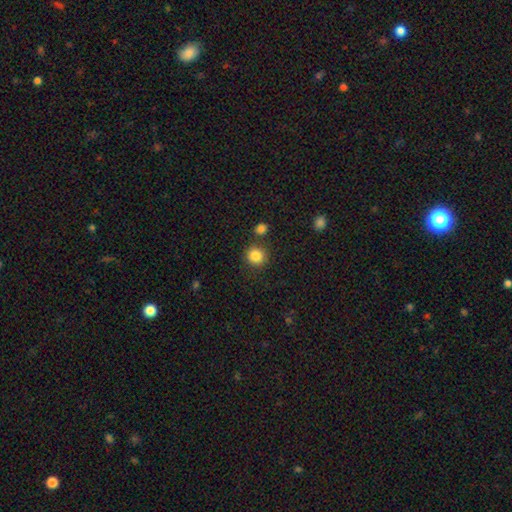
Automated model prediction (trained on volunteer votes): This is clearly a smooth galaxy (85%). How rounded: clearly round (91%). Merging: clearly none (82%).